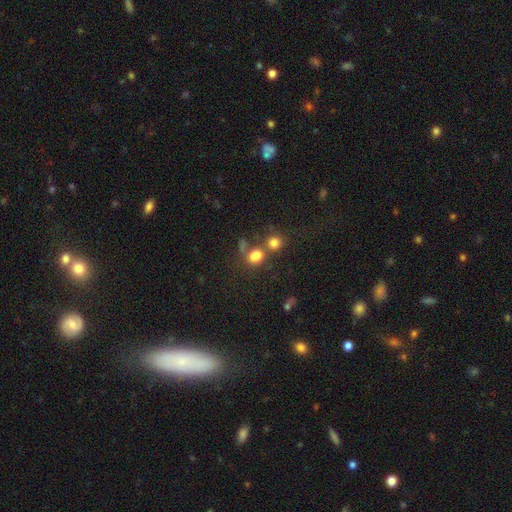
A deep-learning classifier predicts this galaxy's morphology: A smooth galaxy with no disk features (76%) that is round (55%).

Vote fractions:
- Smooth or featured? smooth: 76% / star or artifact: 15% / featured or disk: 9%
- How rounded? round: 55% / in between: 43% / cigar-shaped: 2%
- Merging? none: 42% / merger: 39% / minor disturbance: 11% / major disturbance: 8%